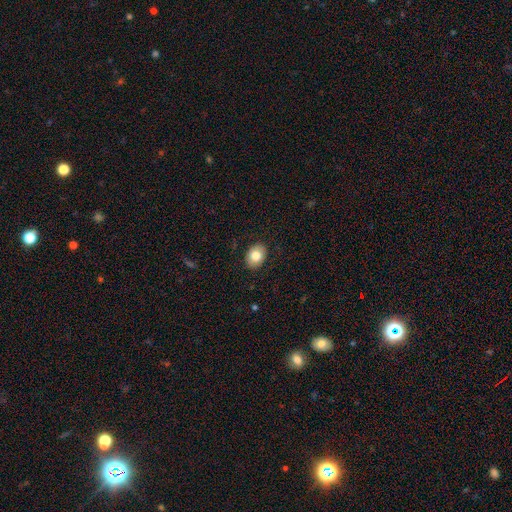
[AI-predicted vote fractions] A smooth galaxy with no disk features (81%) that is in between round and cigar-shaped (69%). Merging: none (89%).